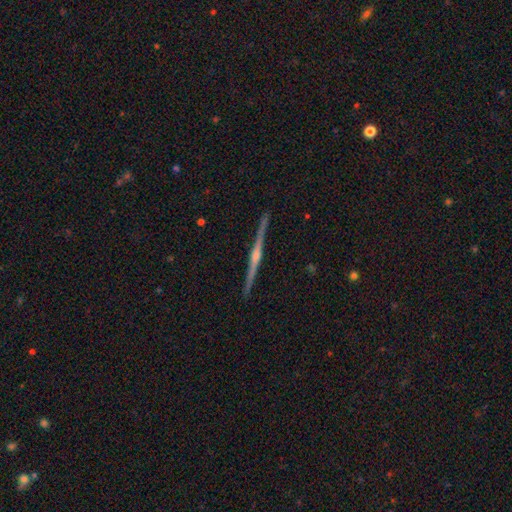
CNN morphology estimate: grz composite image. It shows a featured or disk galaxy (84%) viewed edge-on (98%) with a rounded central bulge (81%). Merging: none (92%).